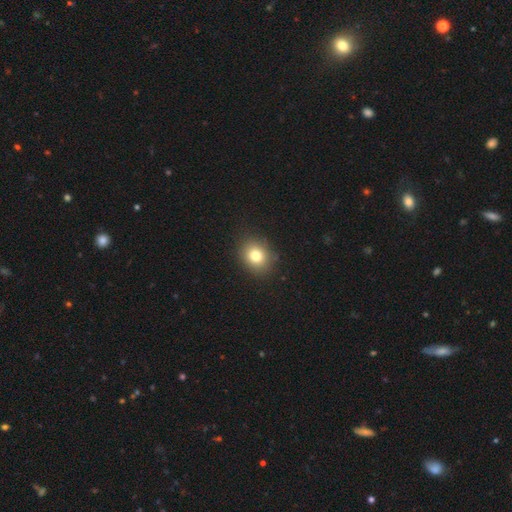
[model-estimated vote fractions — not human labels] smooth_or_featured: smooth (p=0.79) [alt: star or artifact p=0.12]
how_rounded: round (p=0.61) [alt: in between p=0.38]
merging: none (p=0.88) [alt: minor disturbance p=0.09]